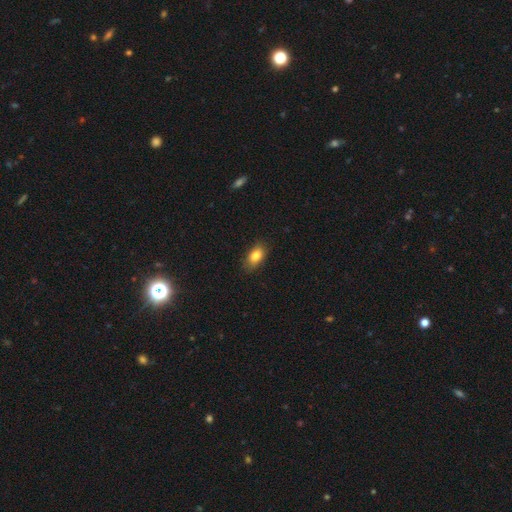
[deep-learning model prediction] Q: Smooth or featured?
A: smooth (83%); runner-up: featured or disk (9%)
Q: How rounded?
A: in between (87%); runner-up: round (9%)
Q: Merging?
A: none (84%); runner-up: minor disturbance (13%)